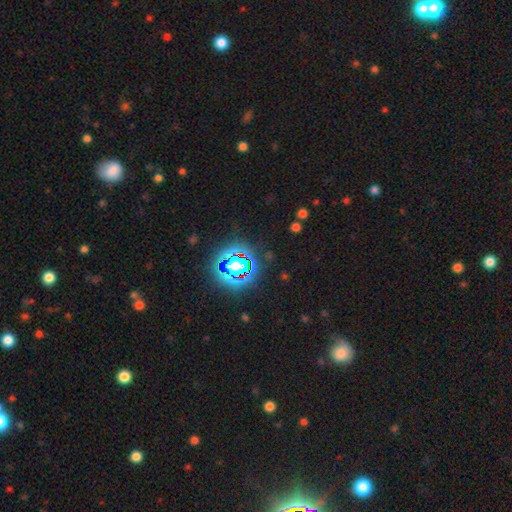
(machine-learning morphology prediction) smooth_or_featured: star or artifact (p=0.82) [alt: smooth p=0.11]